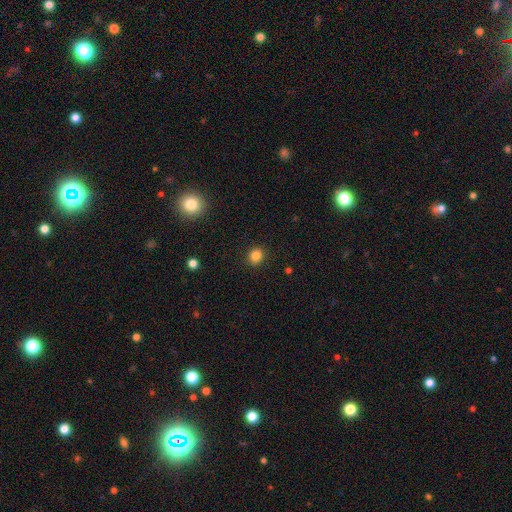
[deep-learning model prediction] Overall: smooth (84%). How rounded: round (80%). Merging: none (90%).